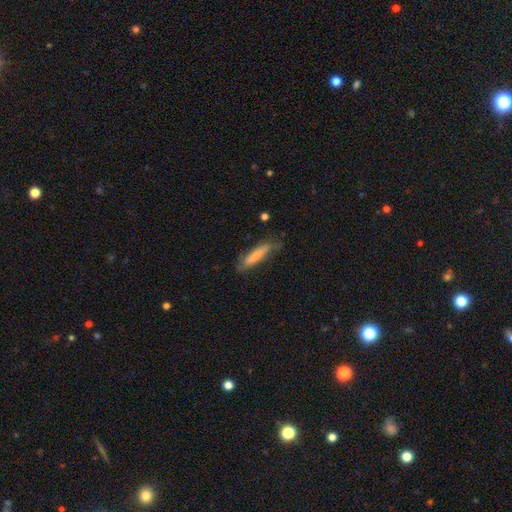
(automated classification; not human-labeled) smooth 73%, featured or disk 20%, star or artifact 6%. Down the decision tree: how rounded — cigar-shaped (84%); merging — none (68%).